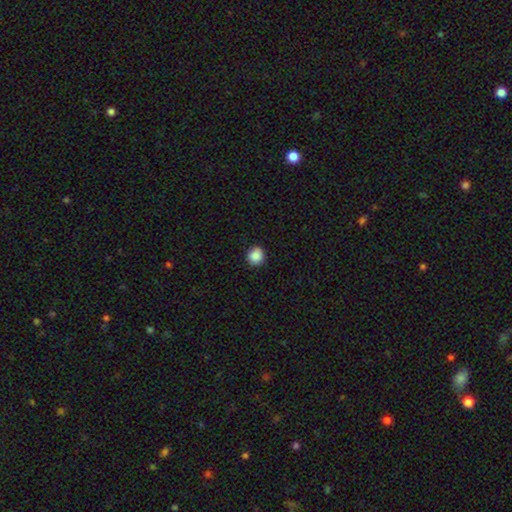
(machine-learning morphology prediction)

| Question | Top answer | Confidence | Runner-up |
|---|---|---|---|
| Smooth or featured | smooth | 88% | star or artifact (9%) |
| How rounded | round | 87% | in between (12%) |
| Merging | none | 89% | minor disturbance (8%) |